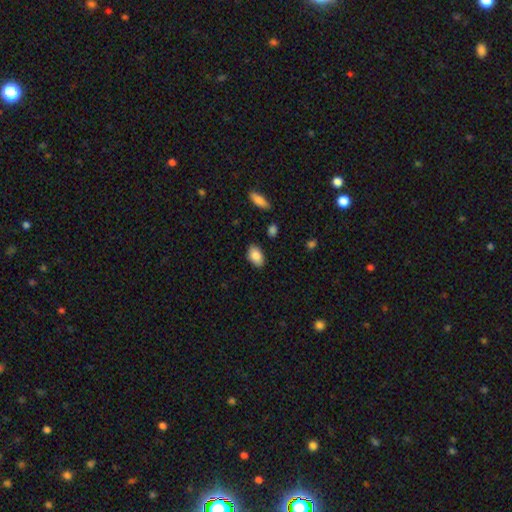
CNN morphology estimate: A smooth galaxy with no disk features (85%) that is in between round and cigar-shaped (92%).

Vote fractions:
- Smooth or featured? smooth: 85% / featured or disk: 8% / star or artifact: 7%
- How rounded? in between: 92% / round: 7% / cigar-shaped: 2%
- Merging? none: 86% / minor disturbance: 10% / major disturbance: 2% / merger: 2%